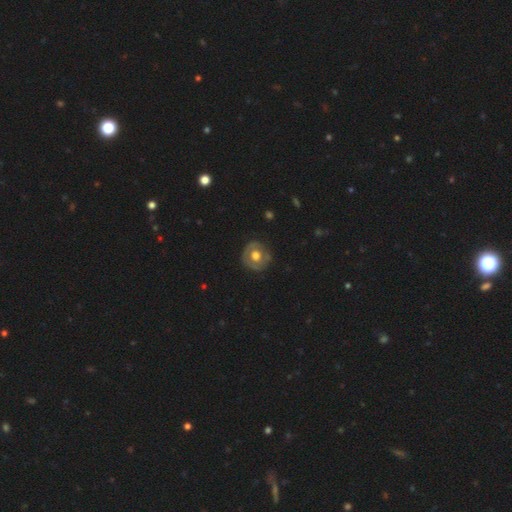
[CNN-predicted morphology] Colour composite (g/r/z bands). It shows a featured or disk galaxy (48%). Merging: none (78%).